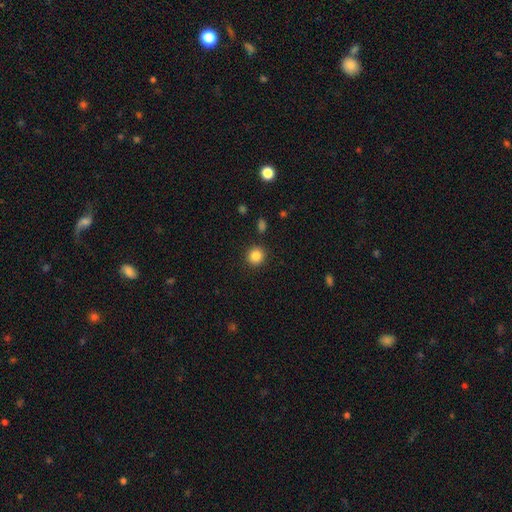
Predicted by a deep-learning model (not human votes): Q: Smooth or featured?
A: smooth (85%); runner-up: star or artifact (10%)
Q: How rounded?
A: round (92%); runner-up: in between (7%)
Q: Merging?
A: none (90%); runner-up: minor disturbance (6%)